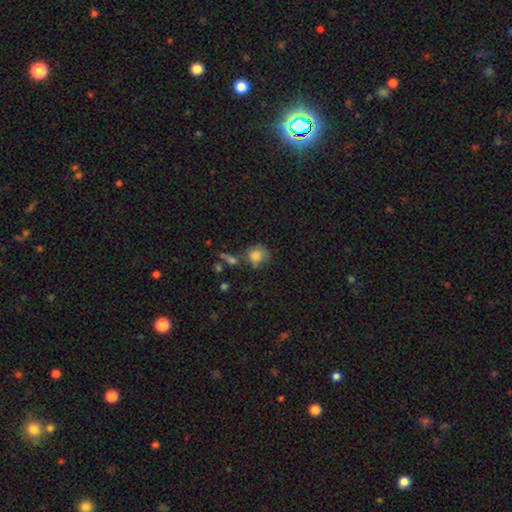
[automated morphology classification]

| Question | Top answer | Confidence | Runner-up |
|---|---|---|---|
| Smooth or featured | smooth | 80% | featured or disk (10%) |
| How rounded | round | 78% | in between (21%) |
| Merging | none | 52% | minor disturbance (23%) |